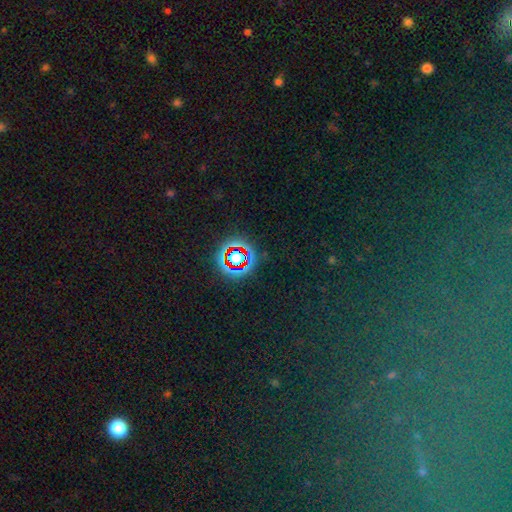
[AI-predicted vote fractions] Overall: star or artifact (78%).